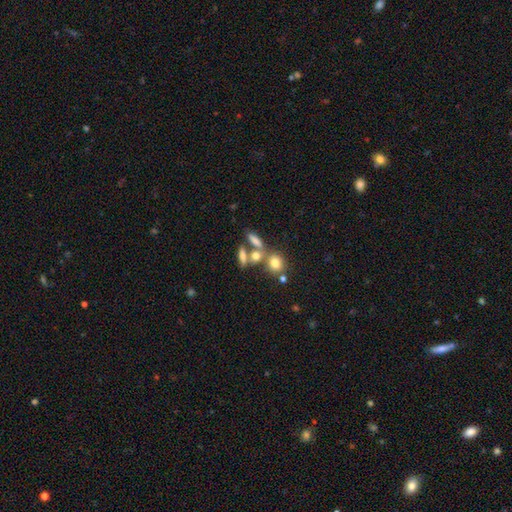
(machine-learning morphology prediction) smooth 67%, featured or disk 19%, star or artifact 14%. Down the decision tree: how rounded — in between (45%); merging — none (50%).